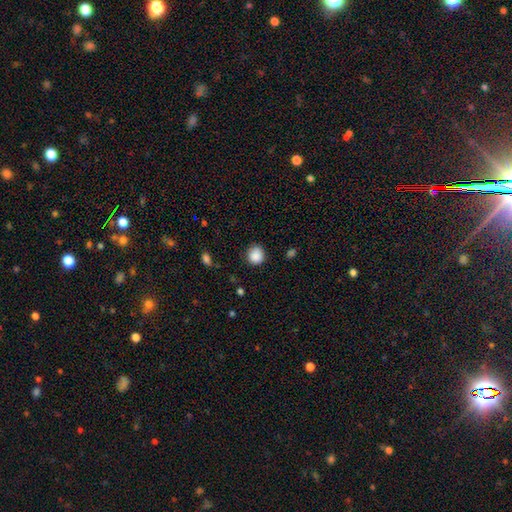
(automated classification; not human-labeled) Smooth or featured? Predicted: smooth (p=0.88). How rounded? Predicted: round (p=0.90). Merging? Predicted: none (p=0.84).